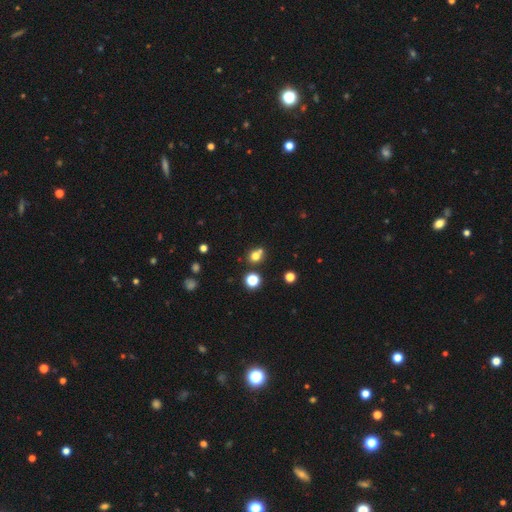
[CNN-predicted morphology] type=smooth (73%); roundness=round (75%); merging=none (56%).